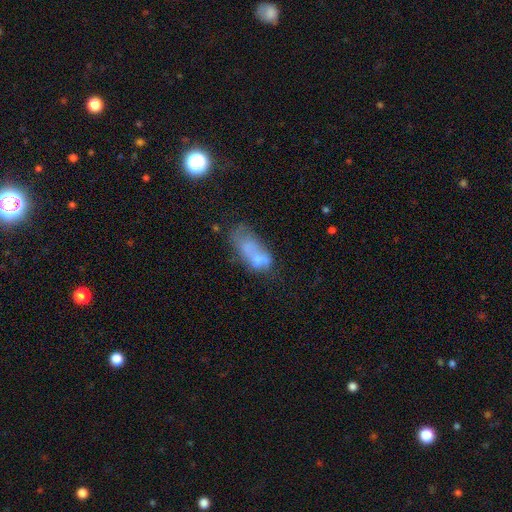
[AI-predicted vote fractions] smooth 53%, featured or disk 33%, star or artifact 13%. Down the decision tree: how rounded — in between (82%); merging — merger (36%).